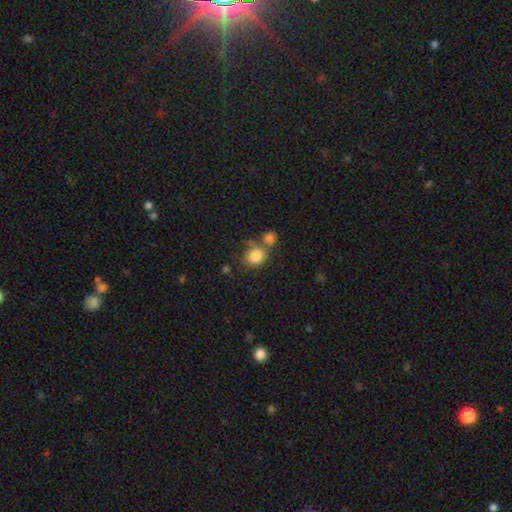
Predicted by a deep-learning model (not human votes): This appears to be a smooth galaxy with no disk features (83%) that is round (65%). Merging: none (47%).